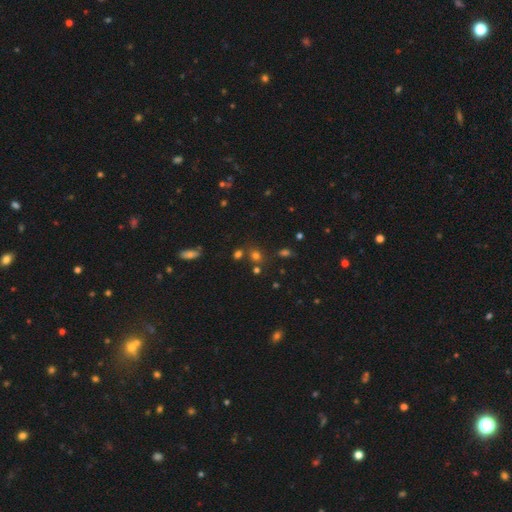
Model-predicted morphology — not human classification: A smooth galaxy with no disk features (65%) that is round (76%).

Vote fractions:
- Smooth or featured? smooth: 65% / star or artifact: 28% / featured or disk: 7%
- How rounded? round: 76% / in between: 23% / cigar-shaped: 1%
- Merging? none: 72% / merger: 13% / minor disturbance: 10% / major disturbance: 4%